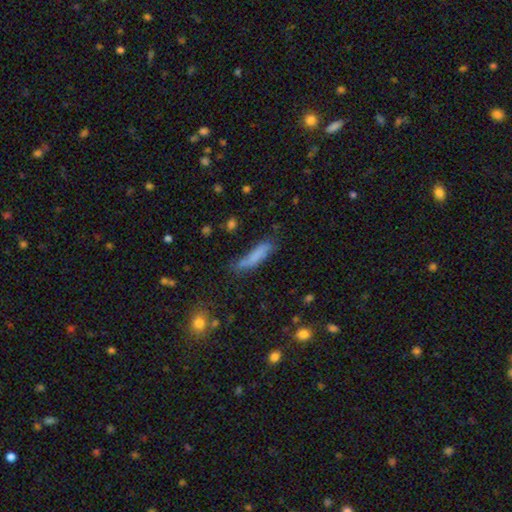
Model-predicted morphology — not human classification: smooth 77%, featured or disk 14%, star or artifact 9%. Down the decision tree: how rounded — cigar-shaped (74%); merging — none (59%).